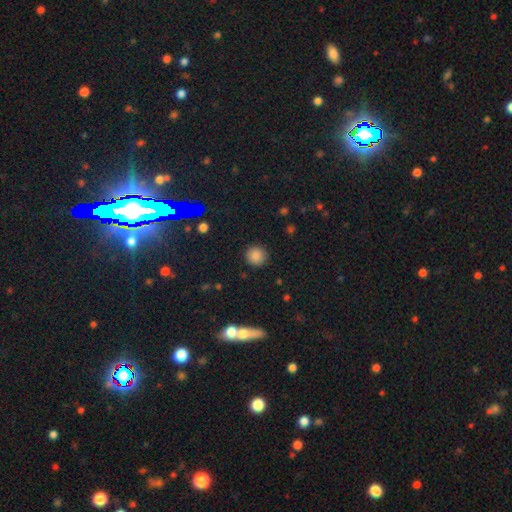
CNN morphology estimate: This is clearly a smooth galaxy (84%). How rounded: clearly round (93%). Merging: clearly none (90%).